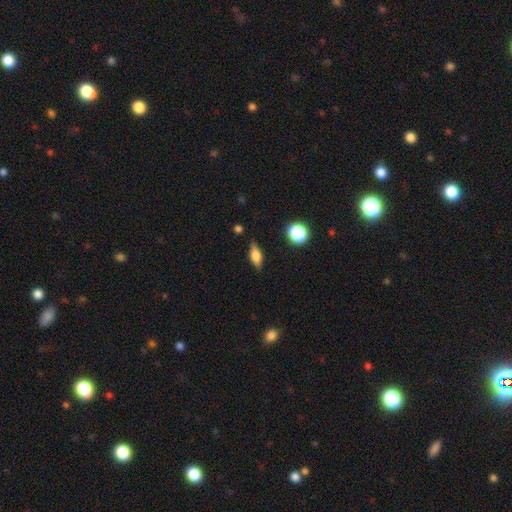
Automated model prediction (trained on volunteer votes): Smooth or featured: smooth — 62% (featured or disk — 29%)
How rounded: in between — 68% (cigar-shaped — 23%)
Merging: none — 80% (minor disturbance — 15%)